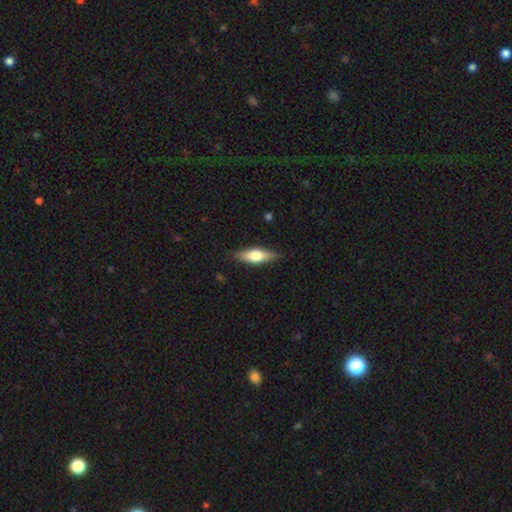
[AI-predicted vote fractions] Smooth or featured? Predicted: smooth (p=0.58). How rounded? Predicted: in between (p=0.54). Merging? Predicted: none (p=0.85).